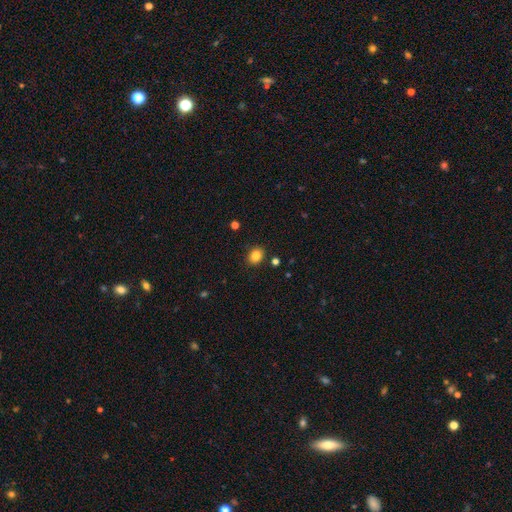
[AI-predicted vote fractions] Smooth or featured: smooth — 84% (star or artifact — 10%)
How rounded: round — 54% (in between — 45%)
Merging: none — 87% (minor disturbance — 8%)